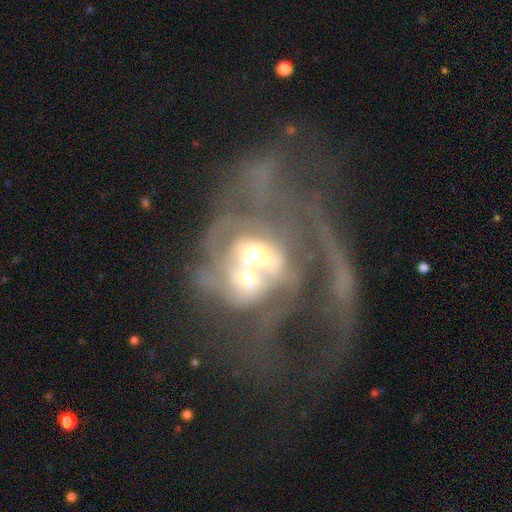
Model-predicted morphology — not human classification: Smooth or featured: featured or disk — 73% (smooth — 16%)
Edge-on disk: no — 95% (yes — 5%)
Bar: no — 72% (weak — 21%)
Spiral arms: yes — 55% (no — 45%)
Bulge size: moderate — 59% (small — 23%)
Merging: merger — 65% (major disturbance — 24%)